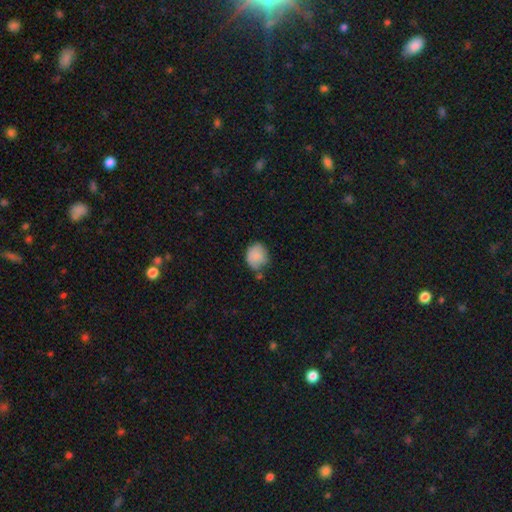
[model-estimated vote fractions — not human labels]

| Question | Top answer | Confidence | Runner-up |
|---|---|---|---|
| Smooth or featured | smooth | 82% | featured or disk (9%) |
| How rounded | round | 66% | in between (34%) |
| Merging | none | 51% | minor disturbance (33%) |